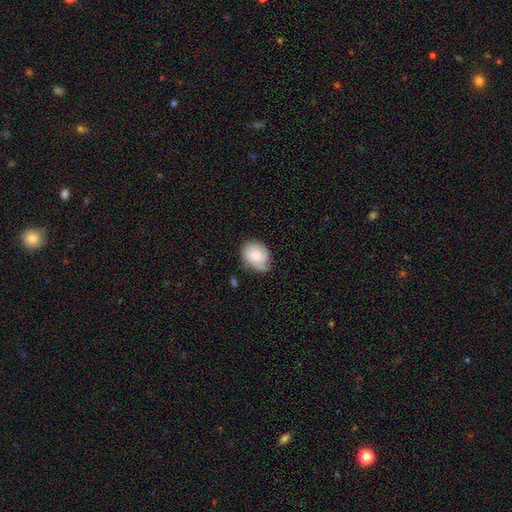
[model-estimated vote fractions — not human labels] Smooth or featured?
  - smooth: 67% *
  - featured or disk: 26%
  - star or artifact: 7%
How rounded?
  - in between: 66% *
  - round: 33%
  - cigar-shaped: 1%
Merging?
  - none: 58% *
  - minor disturbance: 32%
  - major disturbance: 8%
  - merger: 2%